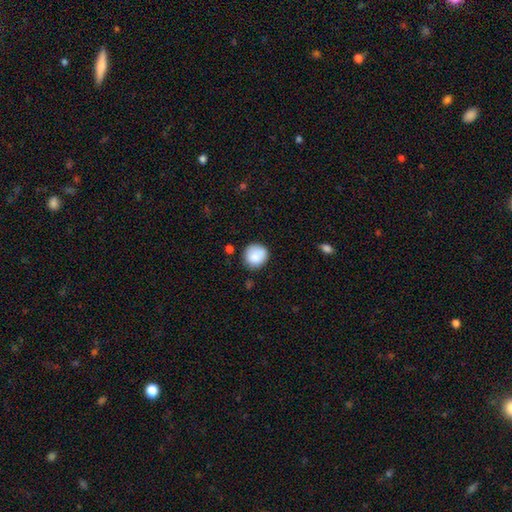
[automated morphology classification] Smooth or featured: smooth — 86% (star or artifact — 8%)
How rounded: round — 91% (in between — 8%)
Merging: none — 82% (minor disturbance — 13%)